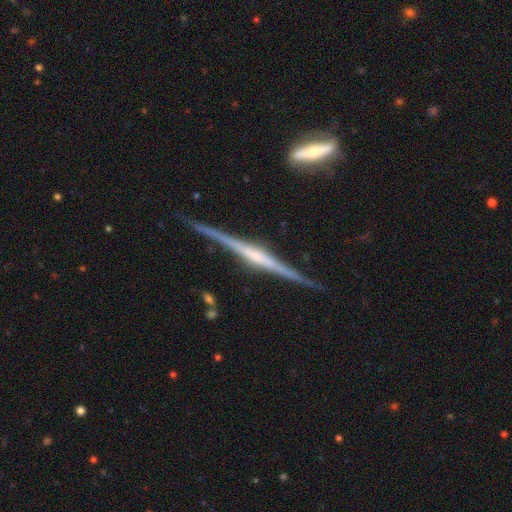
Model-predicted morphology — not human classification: The model was most divided on "edge-on bulge": rounded: 60%, boxy: 24%, none: 16%. More confident: edge-on disk — yes (98%); smooth or featured — featured or disk (88%); merging — none (86%).